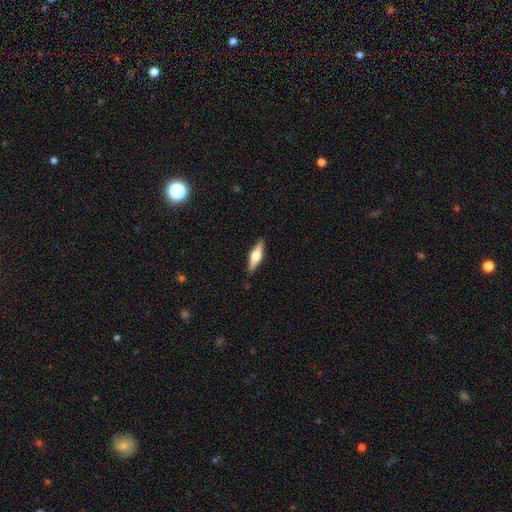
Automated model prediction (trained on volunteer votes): Smooth or featured? featured or disk (56%)
Edge-on disk? yes (96%)
Edge-on bulge? rounded (92%)
Merging? none (89%)